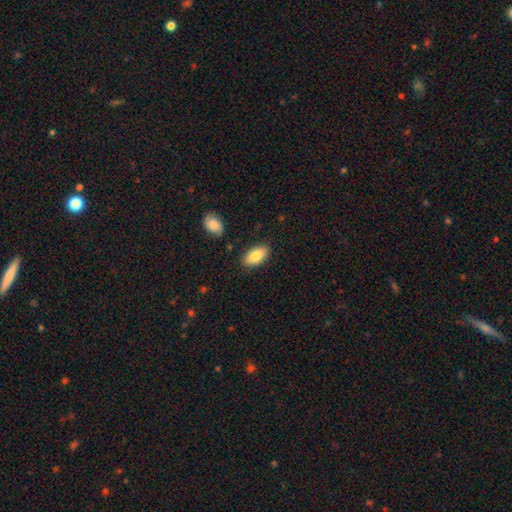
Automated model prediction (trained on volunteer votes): The model was most divided on "smooth or featured": smooth: 83%, featured or disk: 11%, star or artifact: 6%. More confident: how rounded — in between (93%); merging — none (86%).